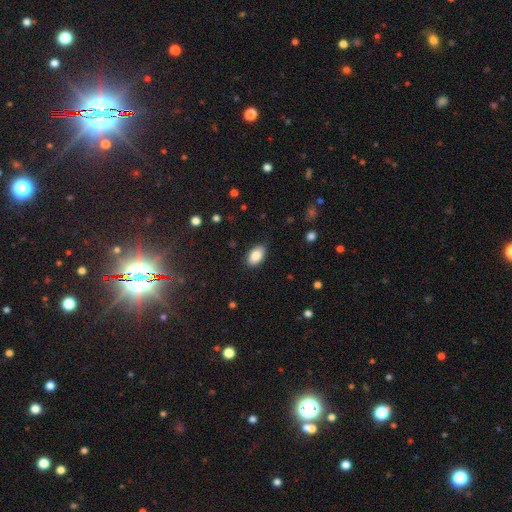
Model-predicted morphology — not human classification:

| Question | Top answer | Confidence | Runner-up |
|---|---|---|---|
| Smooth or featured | smooth | 87% | star or artifact (7%) |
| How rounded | in between | 92% | round (6%) |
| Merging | none | 83% | minor disturbance (13%) |